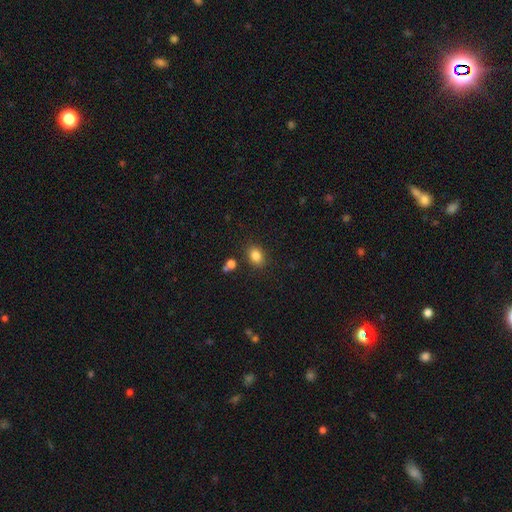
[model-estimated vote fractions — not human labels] A smooth galaxy with no disk features (84%) that is in between round and cigar-shaped (65%).

Vote fractions:
- Smooth or featured? smooth: 84% / star or artifact: 11% / featured or disk: 6%
- How rounded? in between: 65% / round: 34% / cigar-shaped: 1%
- Merging? none: 83% / minor disturbance: 10% / merger: 4% / major disturbance: 3%